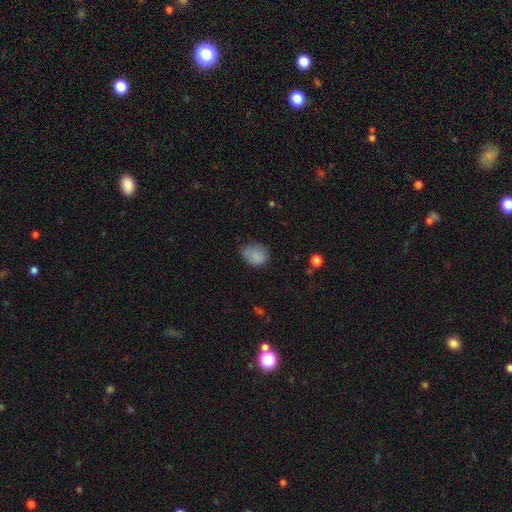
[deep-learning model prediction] smooth 81%, star or artifact 10%, featured or disk 9%. Down the decision tree: how rounded — round (55%); merging — none (50%).